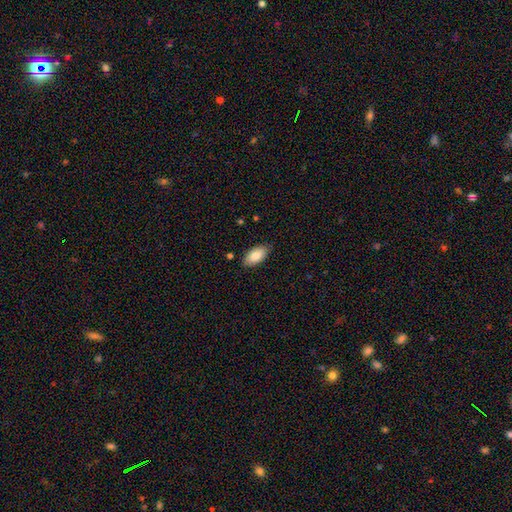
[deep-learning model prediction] Morphology: type=smooth (85%); roundness=in between (93%); merging=none (84%).